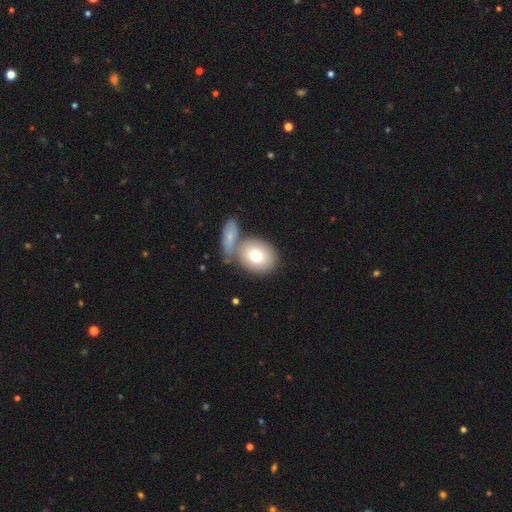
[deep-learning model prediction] This is likely a smooth galaxy (73%). How rounded: possibly round (57%). Merging: possibly none (53%).